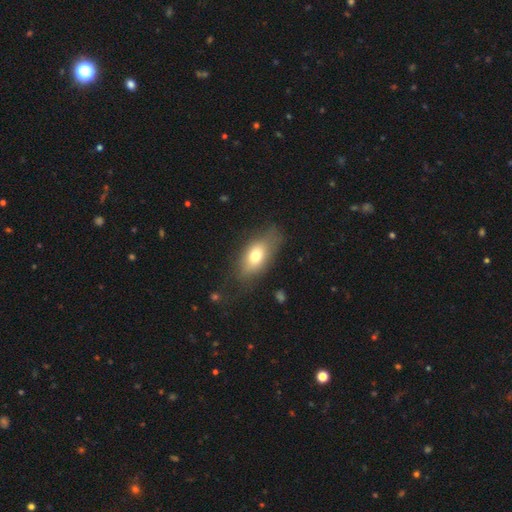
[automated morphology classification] This is likely a smooth galaxy (71%). How rounded: clearly in between (84%). Merging: likely none (66%).